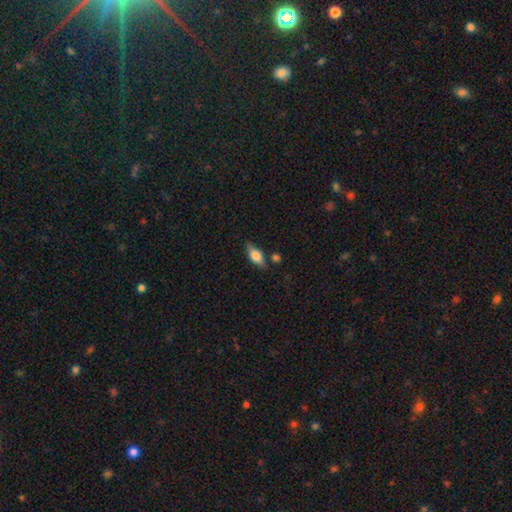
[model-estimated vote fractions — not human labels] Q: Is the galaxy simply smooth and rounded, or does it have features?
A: smooth — 66%.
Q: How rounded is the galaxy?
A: in between — 78%.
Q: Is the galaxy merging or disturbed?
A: none — 74%.